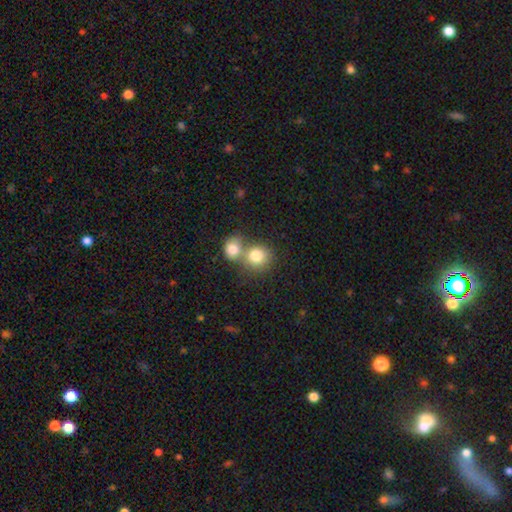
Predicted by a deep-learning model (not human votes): smooth_or_featured: smooth (p=0.80) [alt: featured or disk p=0.11]
how_rounded: round (p=0.82) [alt: in between p=0.17]
merging: merger (p=0.56) [alt: none p=0.35]